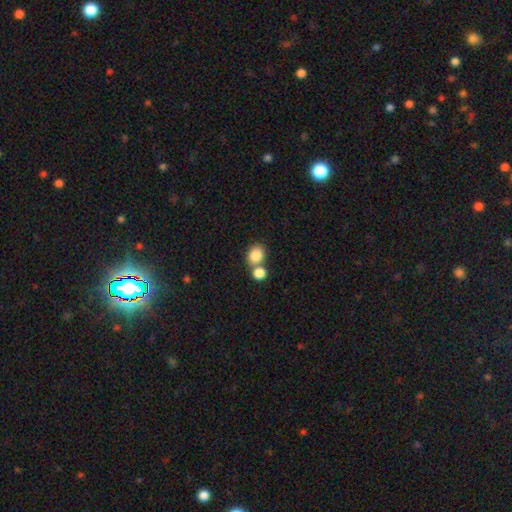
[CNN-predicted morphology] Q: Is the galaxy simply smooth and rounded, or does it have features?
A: smooth — 84%.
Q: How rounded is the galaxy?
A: round — 63%.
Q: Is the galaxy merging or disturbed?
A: none — 52%.